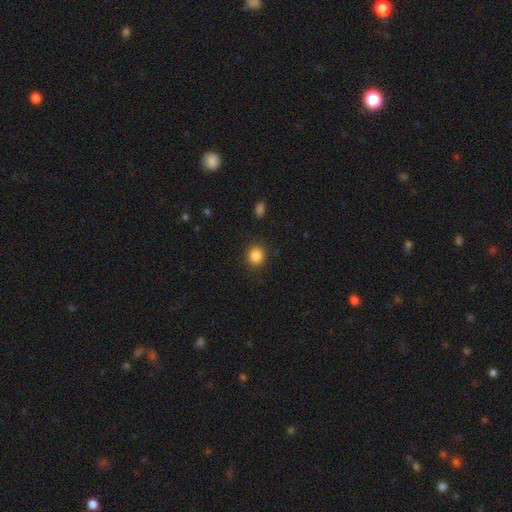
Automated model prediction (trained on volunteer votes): smooth 86%, star or artifact 10%, featured or disk 4%. Down the decision tree: how rounded — round (81%); merging — none (88%).